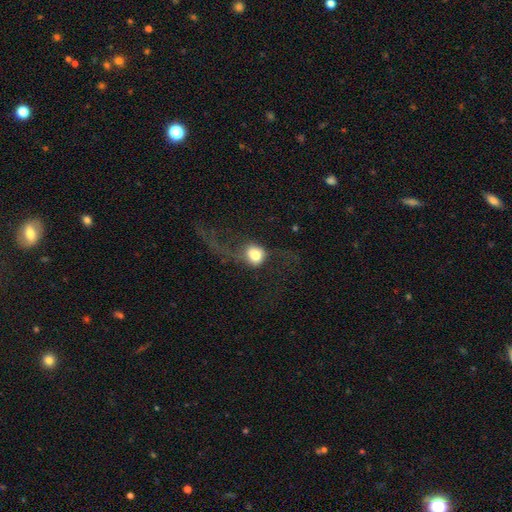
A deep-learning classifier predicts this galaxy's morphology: Smooth or featured? Predicted: smooth (p=0.54). How rounded? Predicted: round (p=0.74). Merging? Predicted: major disturbance (p=0.47).